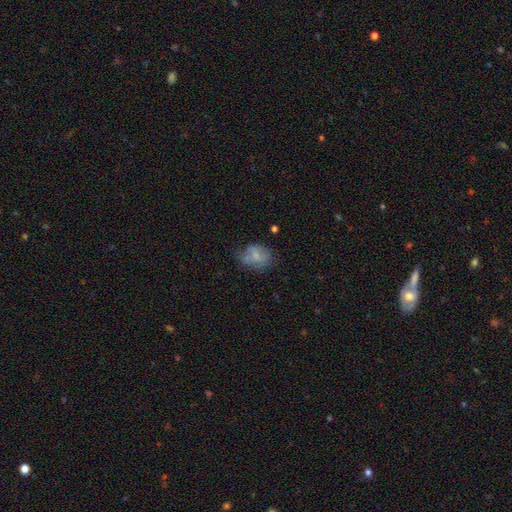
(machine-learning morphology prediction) This appears to be a smooth galaxy with no disk features (63%) that is in between round and cigar-shaped (61%). Merging: none (49%).